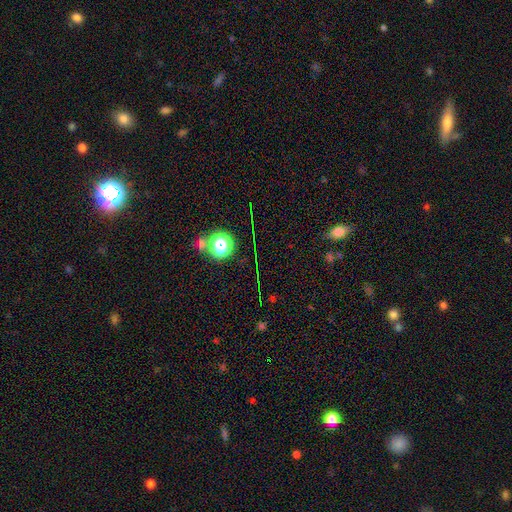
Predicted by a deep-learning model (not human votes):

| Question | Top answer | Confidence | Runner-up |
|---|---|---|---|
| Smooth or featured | star or artifact | 65% | smooth (26%) |